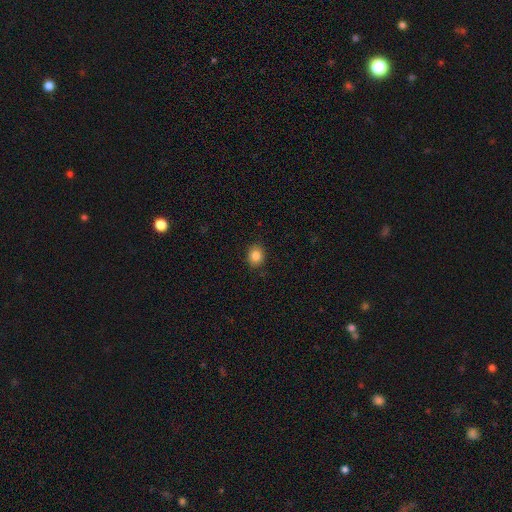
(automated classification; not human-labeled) smooth-or-featured: smooth: 83% | star or artifact: 10% | featured or disk: 7%
  how-rounded: round: 61% | in between: 38% | cigar-shaped: 1%
  merging: none: 89% | minor disturbance: 8% | major disturbance: 2% | merger: 1%